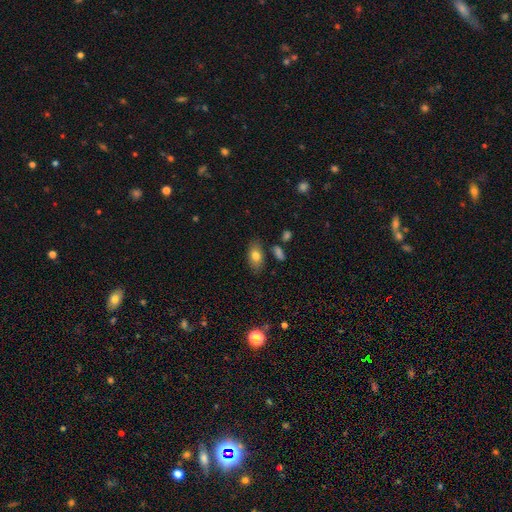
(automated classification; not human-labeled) This is likely a smooth galaxy (77%). How rounded: clearly in between (89%). Merging: likely none (80%).